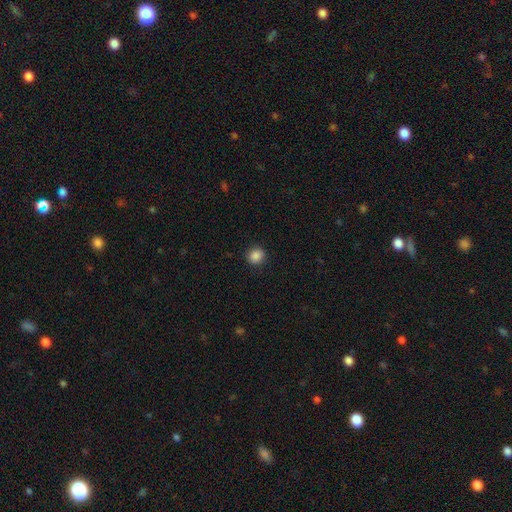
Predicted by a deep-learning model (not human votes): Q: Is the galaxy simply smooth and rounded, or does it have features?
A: smooth — 87%.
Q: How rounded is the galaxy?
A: round — 82%.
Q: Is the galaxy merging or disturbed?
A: none — 90%.